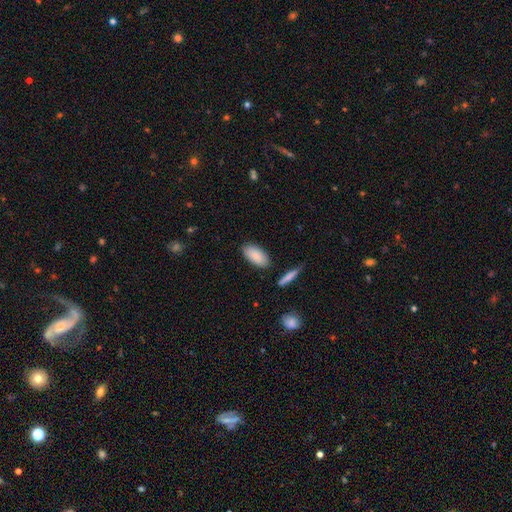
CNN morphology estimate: Q: Smooth or featured?
A: smooth (87%); runner-up: featured or disk (7%)
Q: How rounded?
A: in between (91%); runner-up: cigar-shaped (7%)
Q: Merging?
A: none (85%); runner-up: minor disturbance (10%)